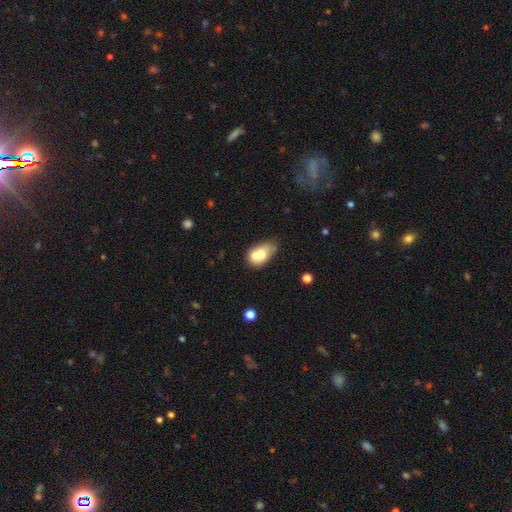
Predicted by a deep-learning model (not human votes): Overall: smooth (65%; featured or disk 26%). How rounded: in between (77%). Merging: merger (50%; none 29%).